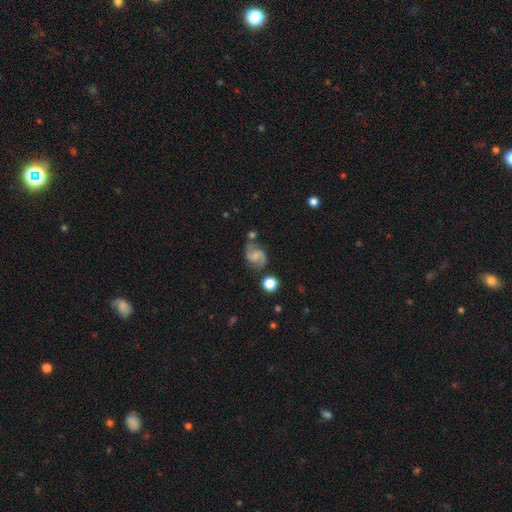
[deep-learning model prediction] Morphology: type=featured or disk (72%); edge-on=no (98%); bar=no (52%); spiral arms=yes (95%); winding=medium (51%); arm count=2 (90%); bulge=small (41%); merging=none (62%).